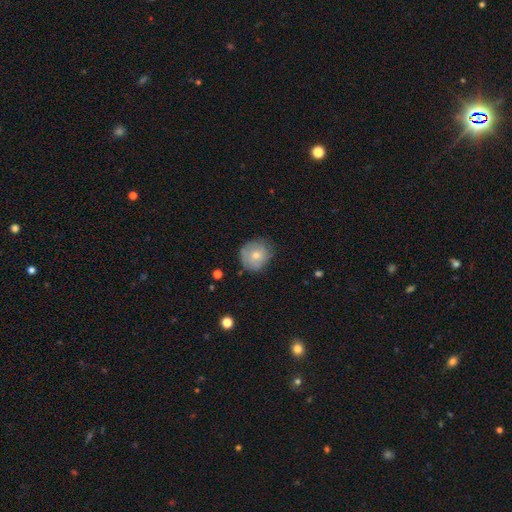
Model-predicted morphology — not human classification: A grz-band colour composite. It shows a smooth galaxy with no disk features (64%) that is round (86%). Merging: none (70%).